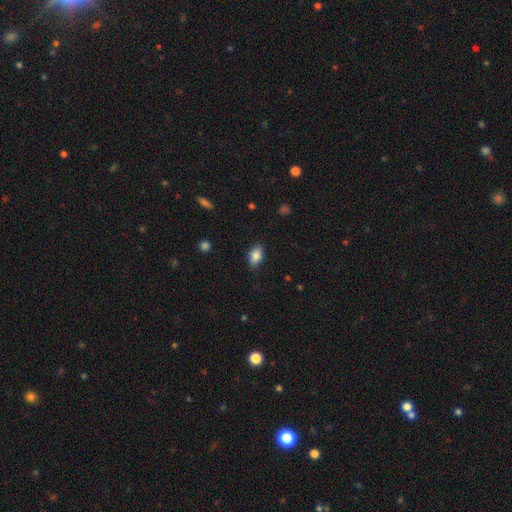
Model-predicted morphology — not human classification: Overall: smooth (86%). How rounded: in between (89%). Merging: none (82%).